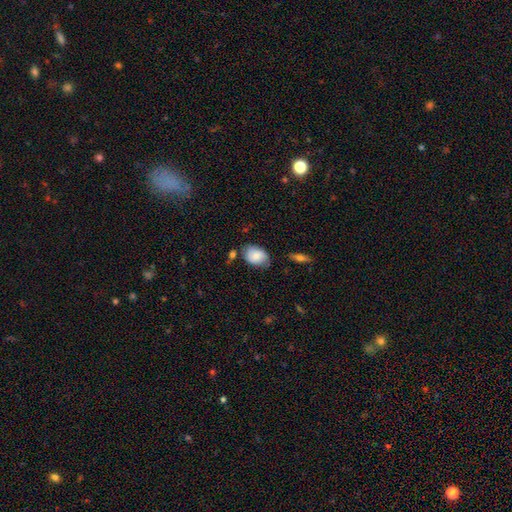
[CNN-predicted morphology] This is likely a smooth galaxy (76%). How rounded: likely in between (78%). Merging: likely none (69%).